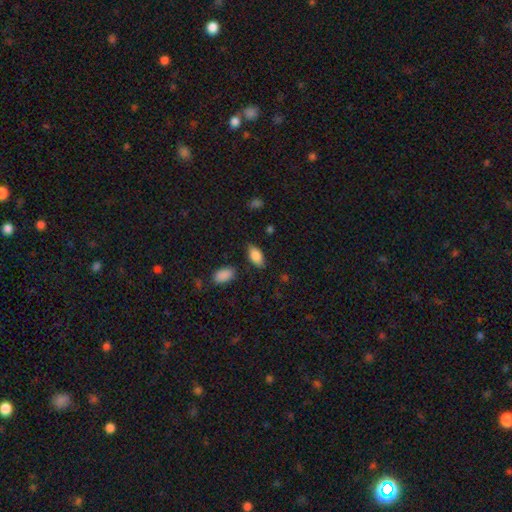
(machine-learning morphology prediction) smooth_or_featured: smooth (p=0.85) [alt: featured or disk p=0.07]
how_rounded: in between (p=0.93) [alt: cigar-shaped p=0.04]
merging: none (p=0.81) [alt: minor disturbance p=0.13]